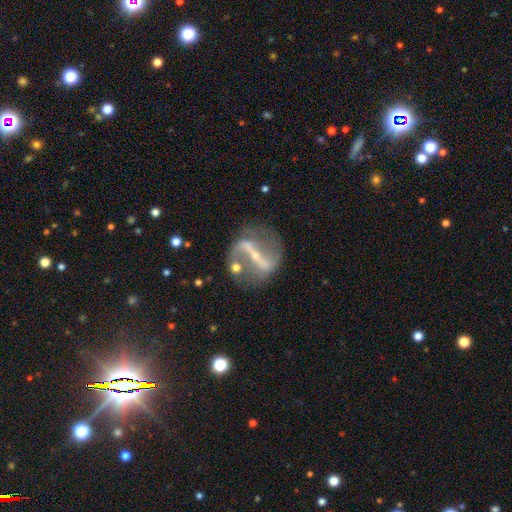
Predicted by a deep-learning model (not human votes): This is clearly a featured or disk galaxy (86%). It is clearly not viewed edge-on (92%). Bar: likely strong (77%). Spiral arm pattern: clearly yes (84%). Spiral arm count: clearly 2 (89%). Spiral winding: possibly loose (59%). Central bulge: likely small (76%). Merging: likely none (69%).